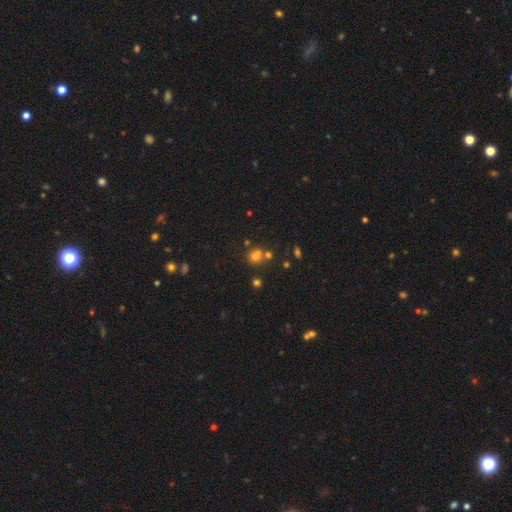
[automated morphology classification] The model was most divided on "merging": none: 48%, merger: 36%, minor disturbance: 10%, major disturbance: 5%. More confident: how rounded — round (73%); smooth or featured — smooth (64%).